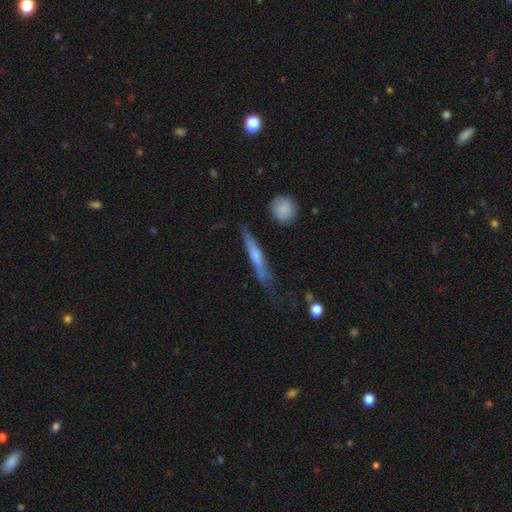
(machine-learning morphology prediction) type=smooth (51%); roundness=cigar-shaped (90%); merging=none (59%).